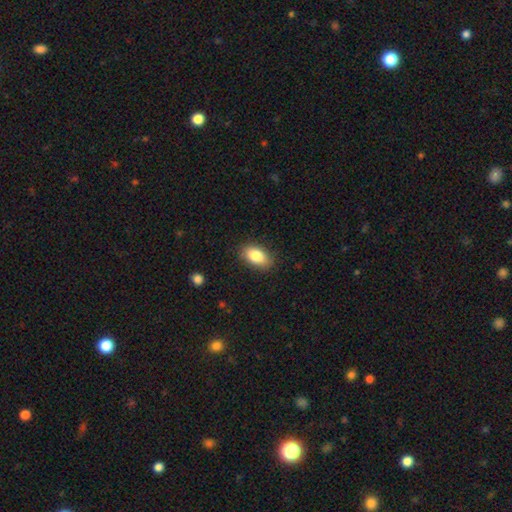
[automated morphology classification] Smooth or featured? smooth (84%)
How rounded? in between (90%)
Merging? none (85%)